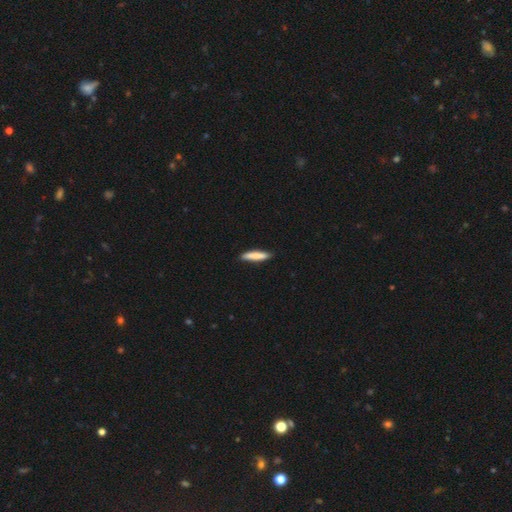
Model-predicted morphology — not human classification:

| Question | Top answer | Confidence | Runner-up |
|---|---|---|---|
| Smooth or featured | smooth | 82% | featured or disk (12%) |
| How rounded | cigar-shaped | 88% | in between (11%) |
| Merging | none | 88% | minor disturbance (10%) |